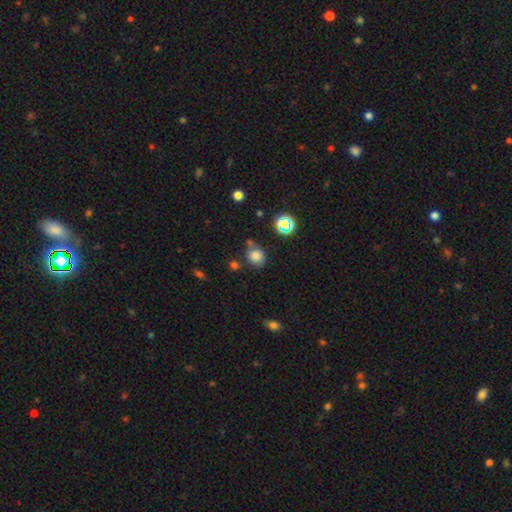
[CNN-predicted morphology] Smooth or featured: smooth — 76% (star or artifact — 16%)
How rounded: round — 69% (in between — 30%)
Merging: none — 64% (minor disturbance — 18%)